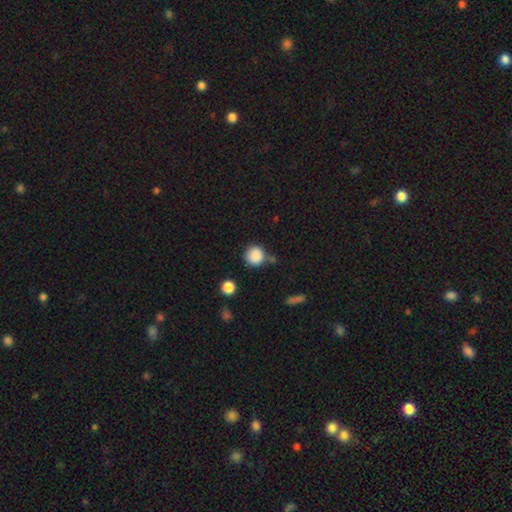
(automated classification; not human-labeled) This appears to be a smooth galaxy with no disk features (87%) that is round (92%). Merging: none (76%).